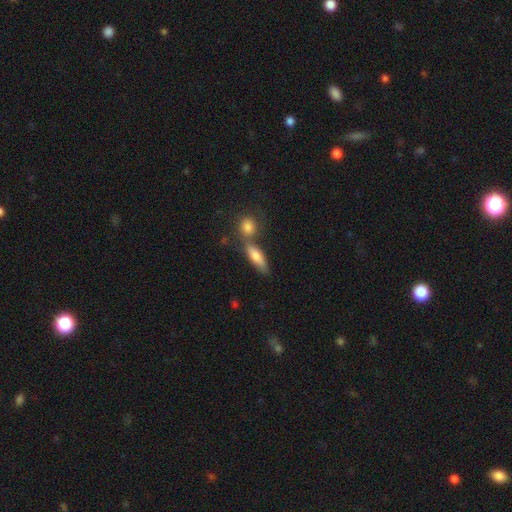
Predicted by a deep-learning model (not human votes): Smooth or featured? smooth (75%)
How rounded? in between (57%)
Merging? none (52%)